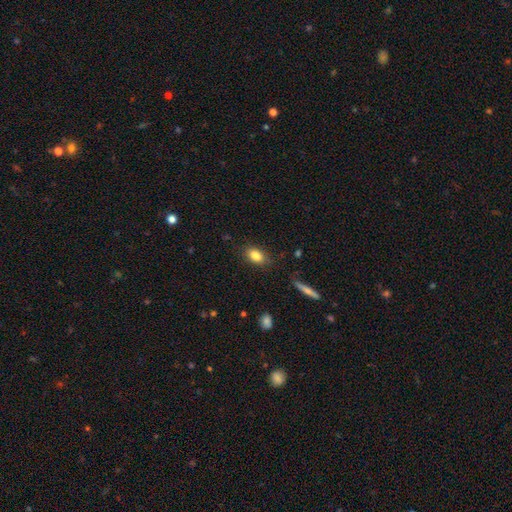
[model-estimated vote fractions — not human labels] smooth 84%, star or artifact 8%, featured or disk 8%. Down the decision tree: how rounded — in between (84%); merging — none (83%).